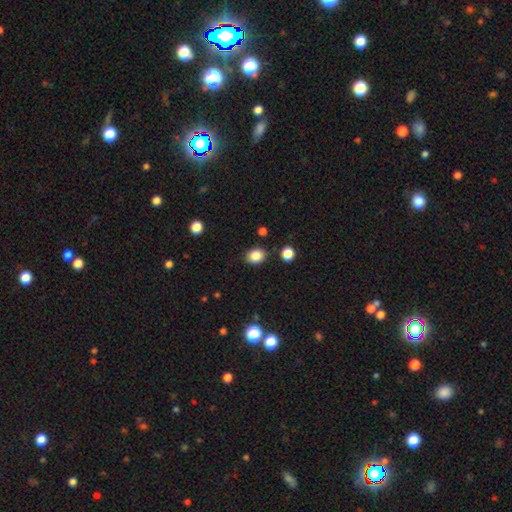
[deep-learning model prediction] A smooth galaxy with no disk features (84%) that is round (50%). Merging: none (84%).